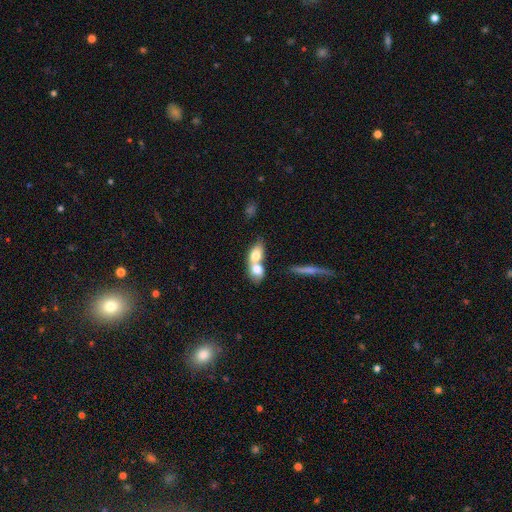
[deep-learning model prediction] Overall: smooth (69%). How rounded: in between (69%). Merging: merger (74%).